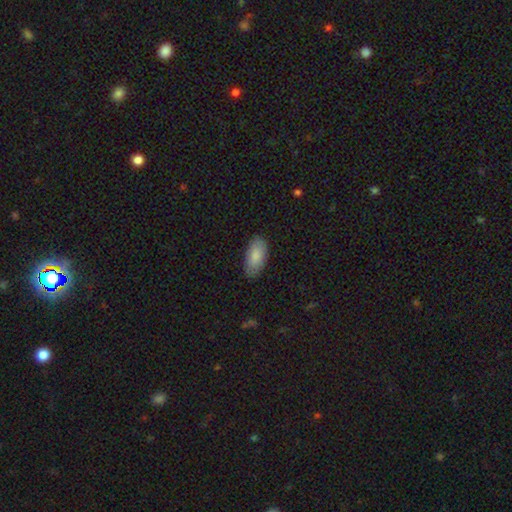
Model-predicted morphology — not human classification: A smooth galaxy with no disk features (86%) that is in between round and cigar-shaped (93%). Merging: none (85%).